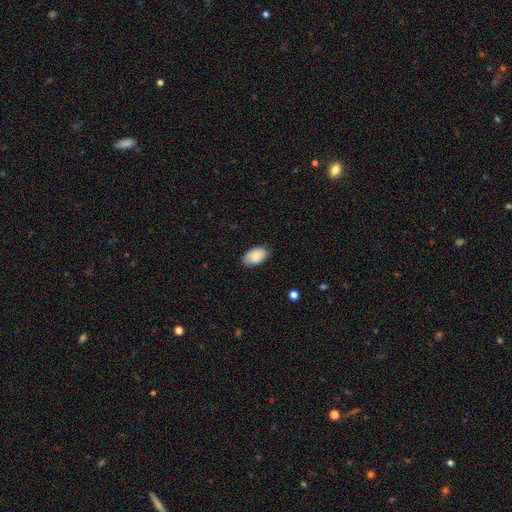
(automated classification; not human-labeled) smooth_or_featured: smooth (p=0.80) [alt: featured or disk p=0.13]
how_rounded: in between (p=0.93) [alt: round p=0.06]
merging: none (p=0.78) [alt: minor disturbance p=0.18]